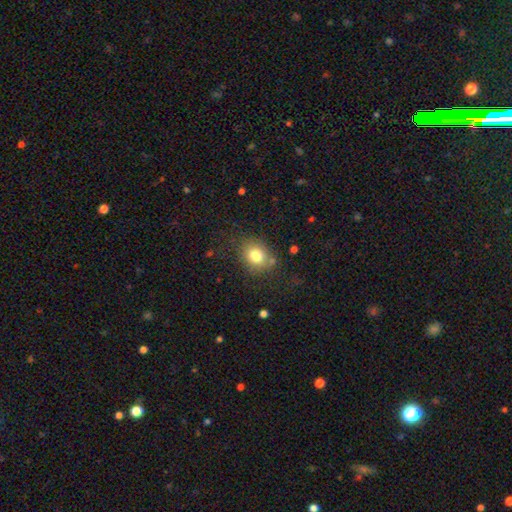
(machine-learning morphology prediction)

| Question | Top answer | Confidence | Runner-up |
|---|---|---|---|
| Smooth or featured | smooth | 79% | star or artifact (11%) |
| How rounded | round | 61% | in between (38%) |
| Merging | none | 75% | minor disturbance (16%) |